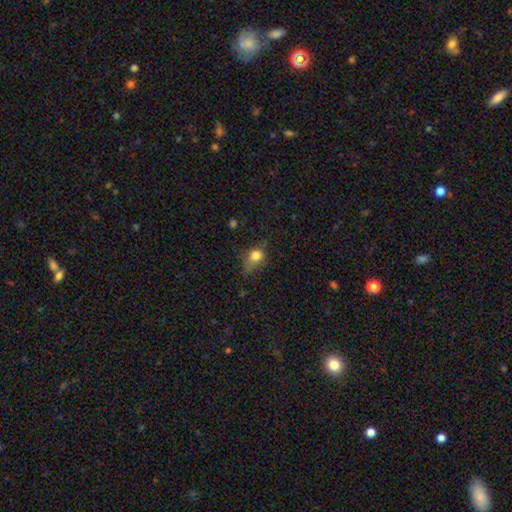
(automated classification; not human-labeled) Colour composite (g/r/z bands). It shows a smooth galaxy with no disk features (79%) that is round (56%). Merging: minor disturbance (38%).